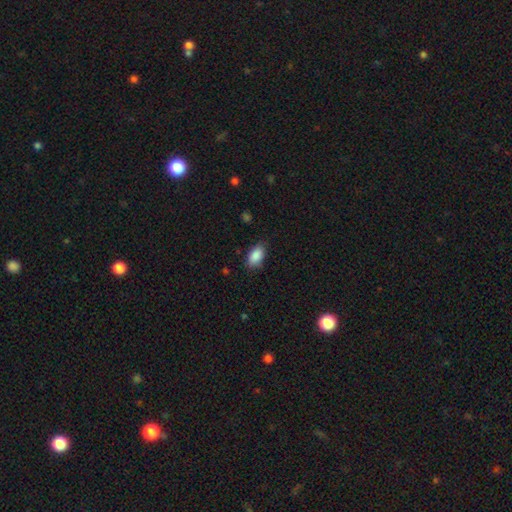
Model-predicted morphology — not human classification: type=smooth (89%); roundness=in between (92%); merging=none (81%).